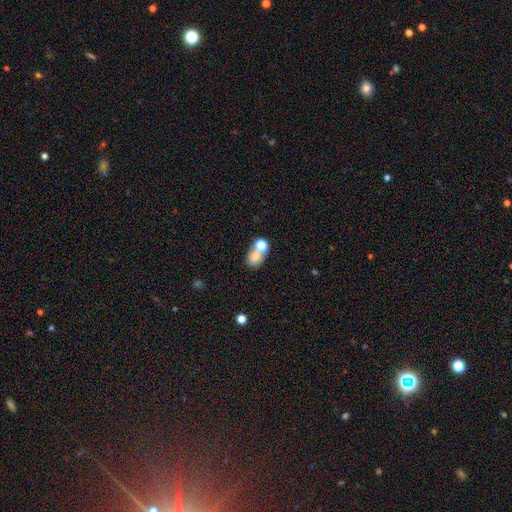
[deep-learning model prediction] This appears to be a smooth galaxy with no disk features (72%) that is in between round and cigar-shaped (57%). Merging: merger (47%).